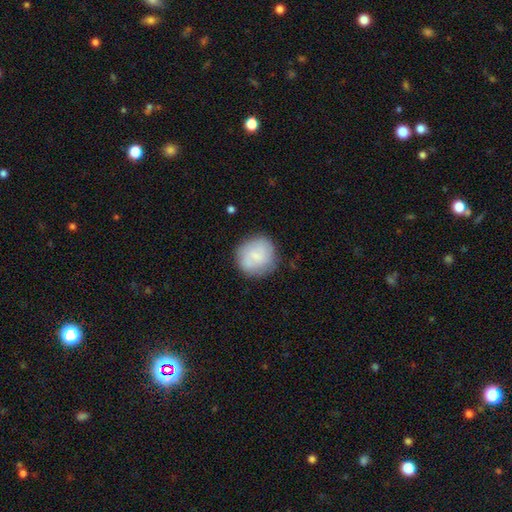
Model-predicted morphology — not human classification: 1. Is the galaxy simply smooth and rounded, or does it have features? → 76% smooth, 17% featured or disk, 7% star or artifact.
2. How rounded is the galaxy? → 90% round, 9% in between, 1% cigar-shaped.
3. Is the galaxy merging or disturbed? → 77% none, 16% minor disturbance, 5% major disturbance, 2% merger.